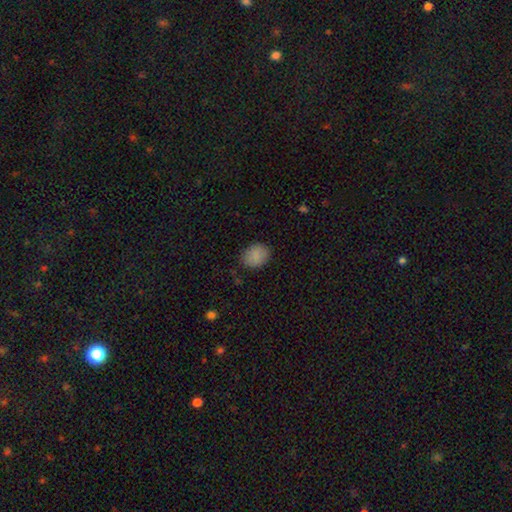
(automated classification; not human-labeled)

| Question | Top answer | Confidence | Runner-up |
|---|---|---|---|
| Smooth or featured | smooth | 88% | star or artifact (8%) |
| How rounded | in between | 52% | round (47%) |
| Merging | none | 82% | minor disturbance (14%) |